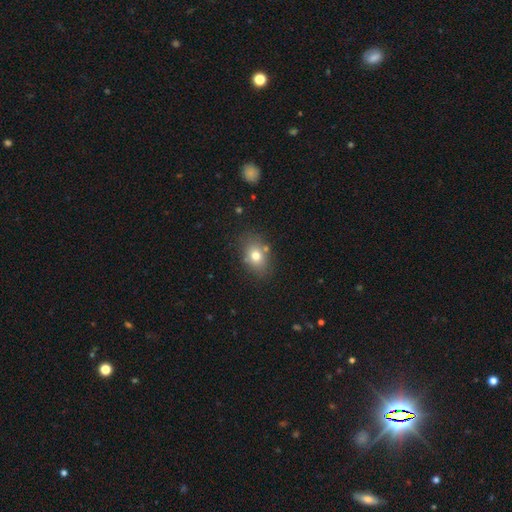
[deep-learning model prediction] Smooth or featured? Predicted: smooth (p=0.74). How rounded? Predicted: in between (p=0.70). Merging? Predicted: none (p=0.77).